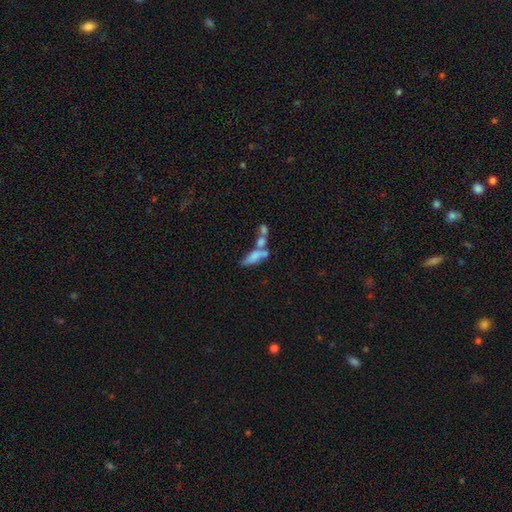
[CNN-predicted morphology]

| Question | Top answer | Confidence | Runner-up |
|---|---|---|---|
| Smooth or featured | smooth | 58% | featured or disk (31%) |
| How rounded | in between | 52% | cigar-shaped (43%) |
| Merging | merger | 55% | none (22%) |